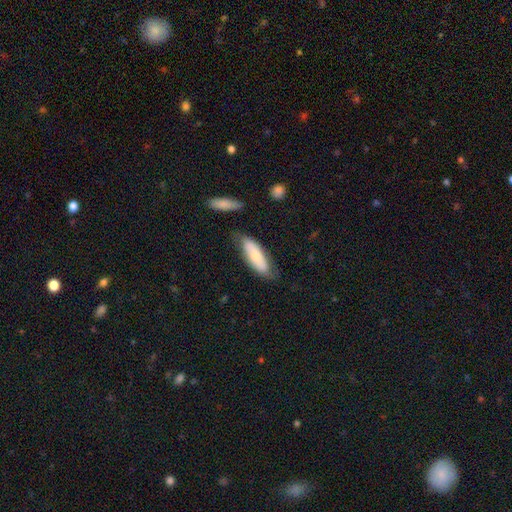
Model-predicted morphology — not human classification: Smooth or featured?
  - smooth: 64% *
  - featured or disk: 31%
  - star or artifact: 6%
How rounded?
  - in between: 62% *
  - cigar-shaped: 37%
  - round: 2%
Merging?
  - none: 64% *
  - minor disturbance: 24%
  - major disturbance: 6%
  - merger: 5%